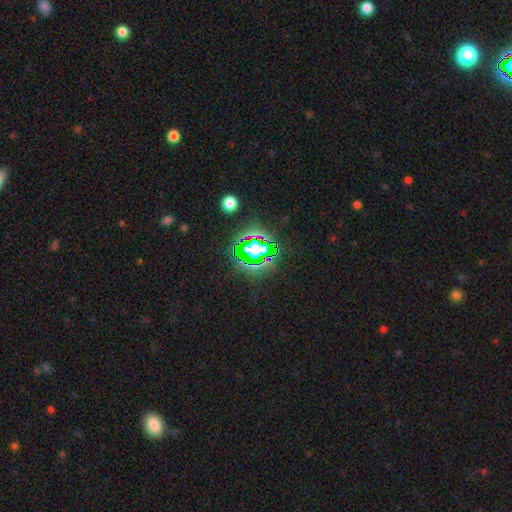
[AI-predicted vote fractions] star or artifact 81%, smooth 12%, featured or disk 7%.